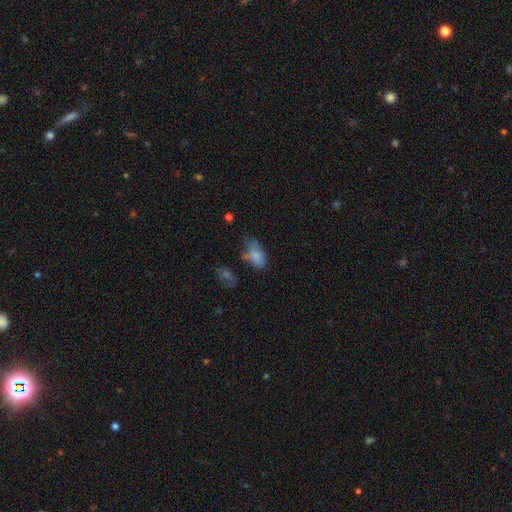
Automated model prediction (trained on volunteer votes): Overall: smooth (77%). How rounded: in between (91%). Merging: none (39%; minor disturbance 32%).